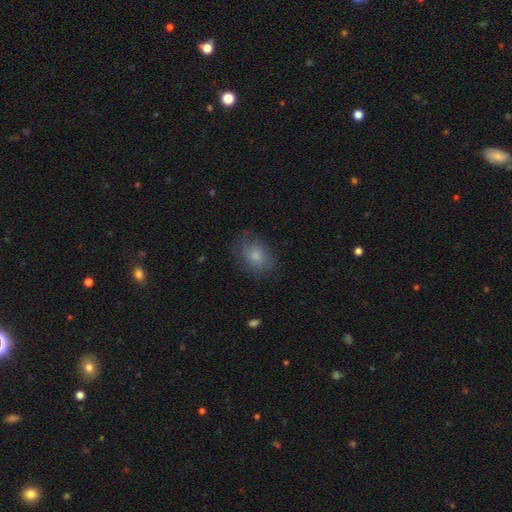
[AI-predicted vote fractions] This appears to be a smooth galaxy with no disk features (74%) that is in between round and cigar-shaped (68%). Merging: none (68%).